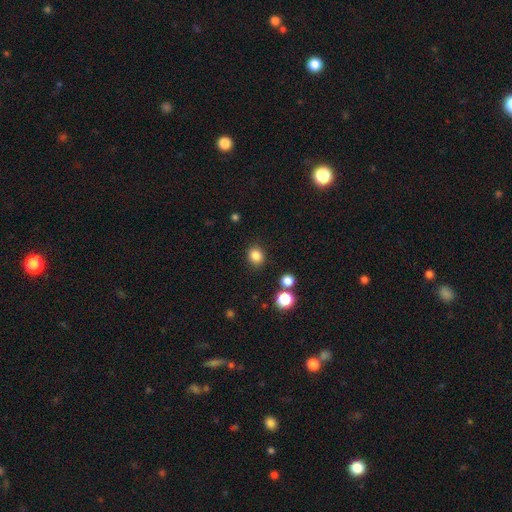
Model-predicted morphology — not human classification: smooth 84%, star or artifact 12%, featured or disk 4%. Down the decision tree: how rounded — round (66%); merging — none (86%).